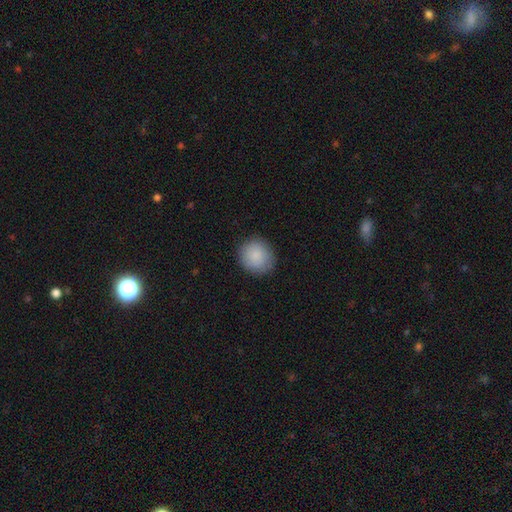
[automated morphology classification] type=smooth (87%); roundness=round (83%); merging=none (87%).